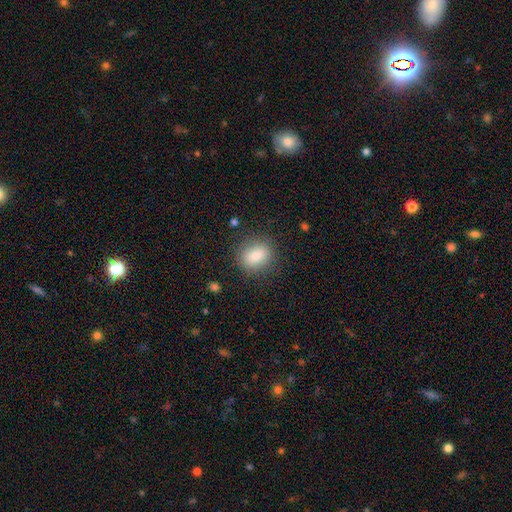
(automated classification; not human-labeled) Smooth or featured?
  - smooth: 84% *
  - star or artifact: 9%
  - featured or disk: 8%
How rounded?
  - round: 52% *
  - in between: 47%
  - cigar-shaped: 1%
Merging?
  - none: 83% *
  - minor disturbance: 12%
  - major disturbance: 4%
  - merger: 1%